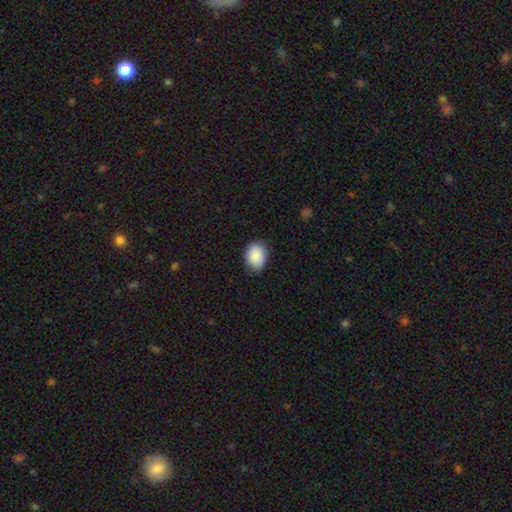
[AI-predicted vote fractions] Smooth or featured? Predicted: smooth (p=0.89). How rounded? Predicted: in between (p=0.75). Merging? Predicted: none (p=0.81).